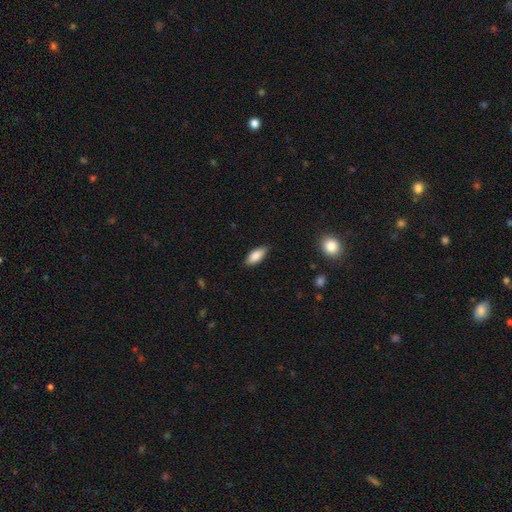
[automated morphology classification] type=smooth (85%); roundness=in between (81%); merging=none (84%).